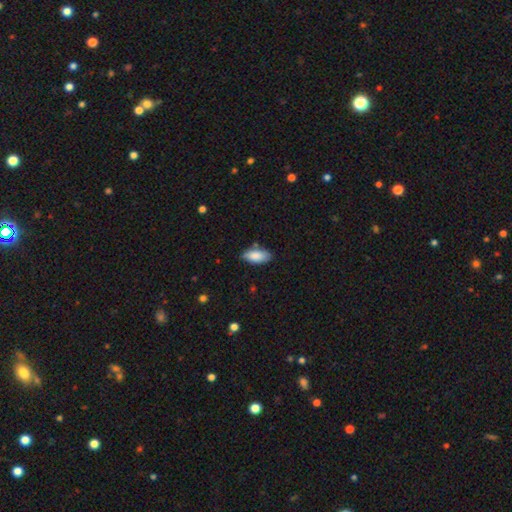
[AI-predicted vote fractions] A smooth galaxy with no disk features (86%) that is in between round and cigar-shaped (89%). Merging: none (75%).